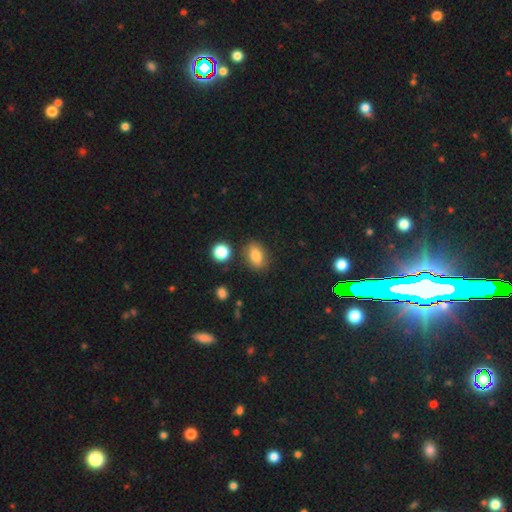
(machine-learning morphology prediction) Smooth or featured? smooth (81%)
How rounded? in between (80%)
Merging? none (80%)